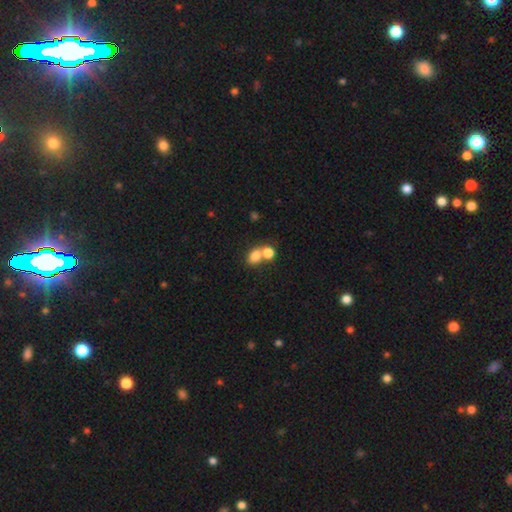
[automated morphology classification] smooth-or-featured: smooth: 78% | star or artifact: 12% | featured or disk: 10%
  how-rounded: in between: 57% | round: 41% | cigar-shaped: 1%
  merging: merger: 50% | none: 37% | minor disturbance: 8% | major disturbance: 4%